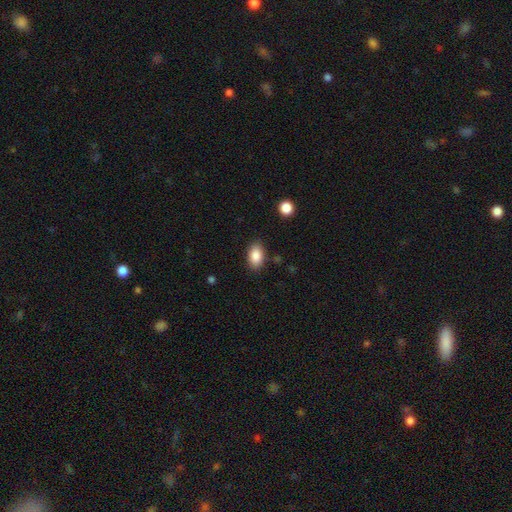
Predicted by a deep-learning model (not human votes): A smooth galaxy with no disk features (87%) that is in between round and cigar-shaped (91%). Merging: none (86%).